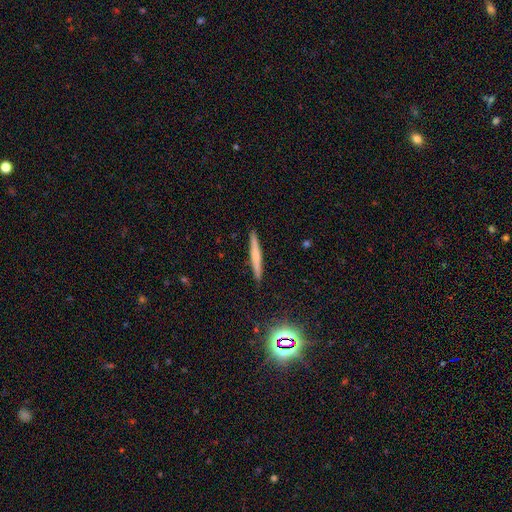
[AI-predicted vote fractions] Q: Smooth or featured?
A: smooth (49%); runner-up: featured or disk (42%)
Q: Merging?
A: none (91%); runner-up: minor disturbance (6%)